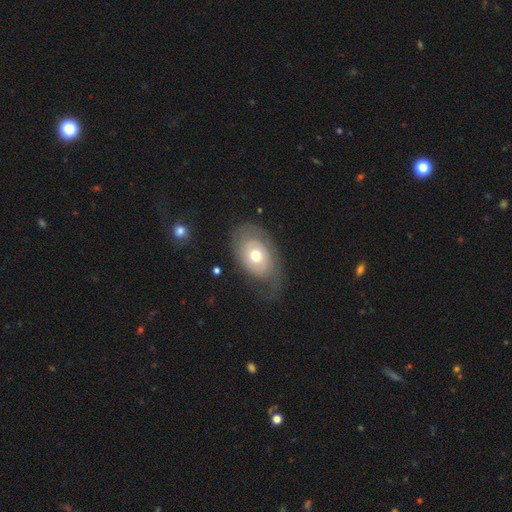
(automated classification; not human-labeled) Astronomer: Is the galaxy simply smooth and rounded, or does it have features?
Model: featured or disk — 57% (runner-up: smooth, 37%).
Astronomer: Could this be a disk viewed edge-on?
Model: no — 93%.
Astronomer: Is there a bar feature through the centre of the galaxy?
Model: no — 86%.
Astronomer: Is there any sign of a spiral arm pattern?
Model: yes — 59% (runner-up: no, 41%).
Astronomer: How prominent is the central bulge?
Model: moderate — 73%.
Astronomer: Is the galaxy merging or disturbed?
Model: none — 60%.